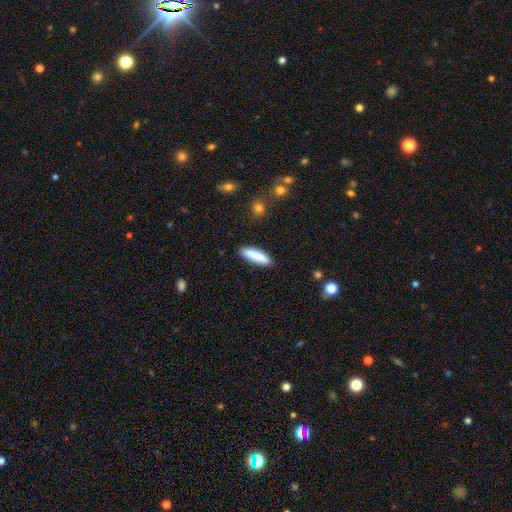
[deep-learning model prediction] This appears to be a smooth galaxy with no disk features (85%) that is cigar-shaped (71%). Merging: none (88%).